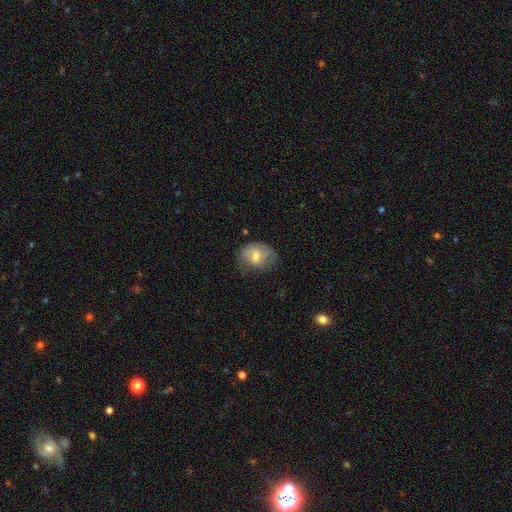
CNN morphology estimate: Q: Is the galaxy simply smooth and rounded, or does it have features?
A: smooth — 50%.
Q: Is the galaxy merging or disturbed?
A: none — 49%.